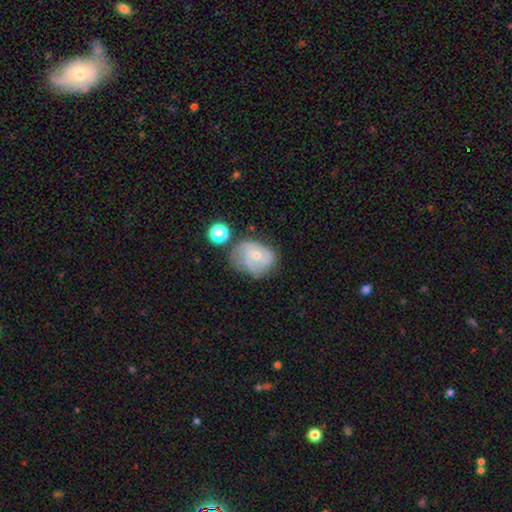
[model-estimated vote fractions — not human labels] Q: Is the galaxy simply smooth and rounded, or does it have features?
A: featured or disk — 54%.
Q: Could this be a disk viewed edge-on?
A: no — 97%.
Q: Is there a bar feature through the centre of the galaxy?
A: no — 79%.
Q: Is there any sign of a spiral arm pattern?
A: yes — 67%.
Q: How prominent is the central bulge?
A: small — 52%.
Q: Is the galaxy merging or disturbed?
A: none — 35%.